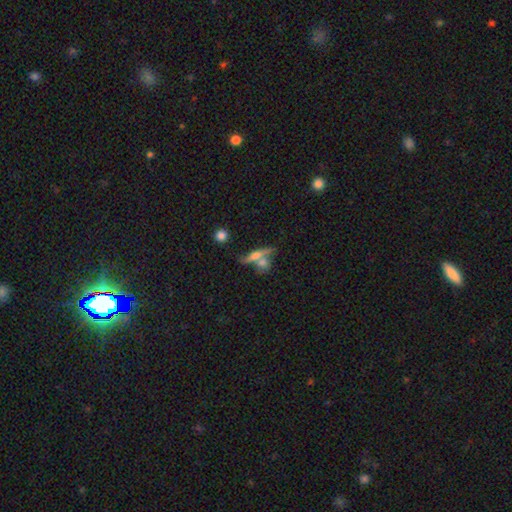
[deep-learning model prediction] Smooth or featured? featured or disk (47%)
Merging? none (44%)